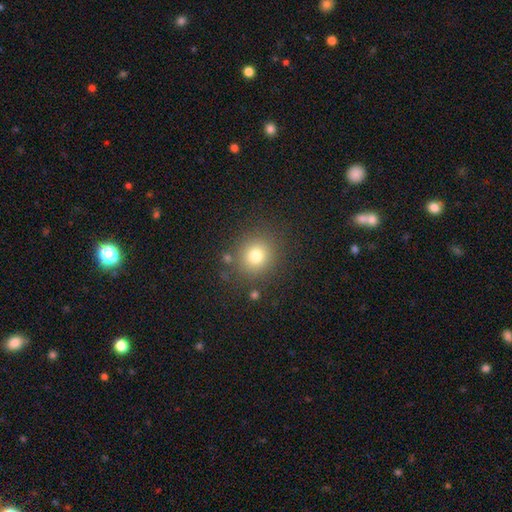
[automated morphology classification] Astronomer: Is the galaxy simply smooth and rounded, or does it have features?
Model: smooth — 77%.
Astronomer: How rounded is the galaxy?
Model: round — 85%.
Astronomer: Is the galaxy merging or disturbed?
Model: none — 83%.